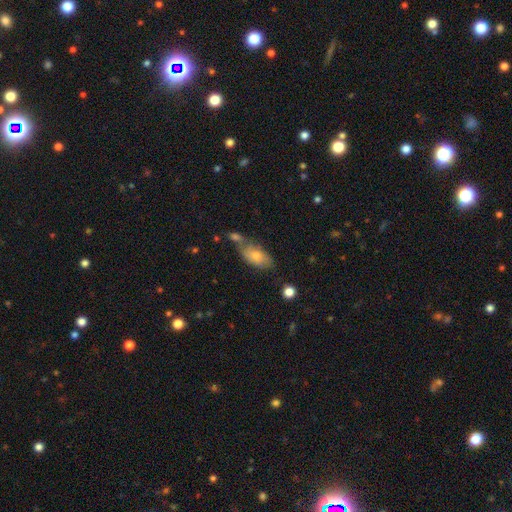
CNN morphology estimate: The model was most divided on "merging": none: 42%, merger: 26%, minor disturbance: 23%, major disturbance: 10%. More confident: how rounded — in between (89%); smooth or featured — smooth (69%).